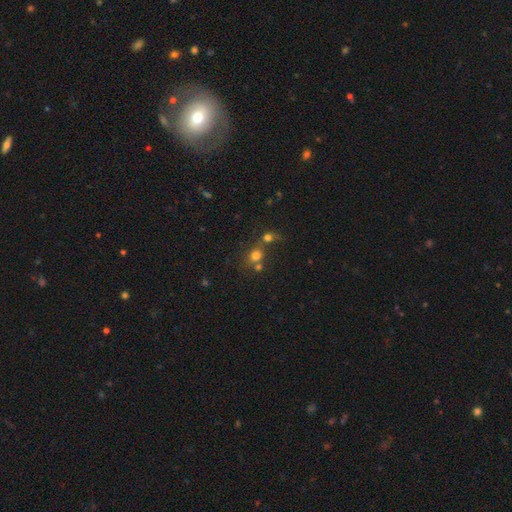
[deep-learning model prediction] A smooth galaxy with no disk features (71%) that is round (78%).

Vote fractions:
- Smooth or featured? smooth: 71% / star or artifact: 18% / featured or disk: 11%
- How rounded? round: 78% / in between: 21% / cigar-shaped: 1%
- Merging? none: 44% / merger: 43% / minor disturbance: 8% / major disturbance: 5%